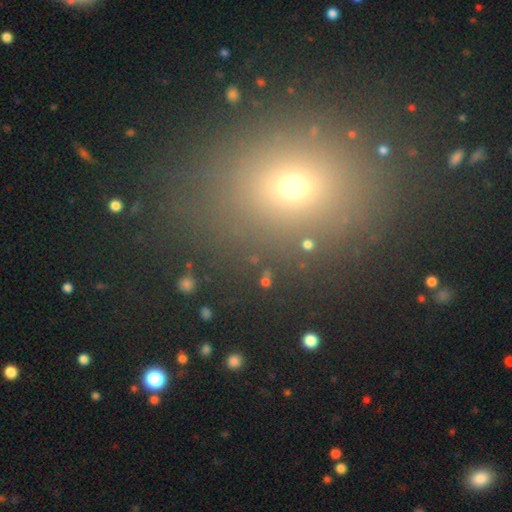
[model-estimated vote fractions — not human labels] This appears to be a smooth galaxy with no disk features (60%) that is round (53%). Merging: none (84%).